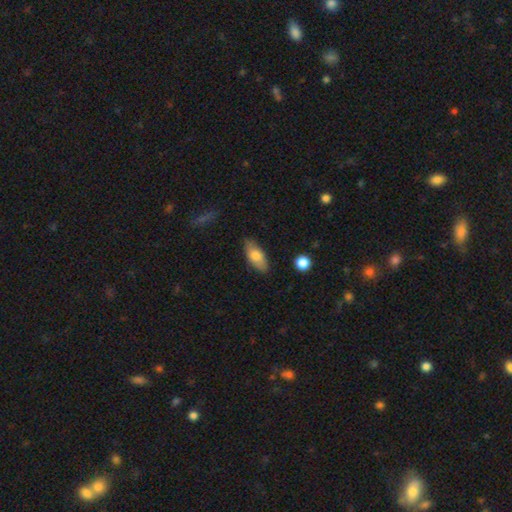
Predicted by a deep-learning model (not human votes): smooth_or_featured: smooth (p=0.75) [alt: featured or disk p=0.19]
how_rounded: in between (p=0.84) [alt: cigar-shaped p=0.12]
merging: none (p=0.80) [alt: minor disturbance p=0.16]